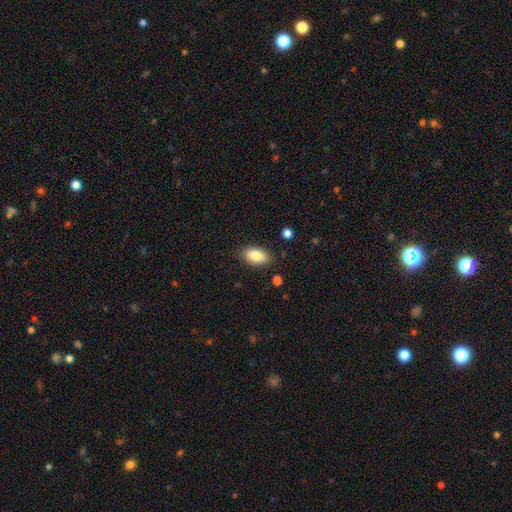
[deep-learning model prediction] This is clearly a smooth galaxy (85%). How rounded: clearly in between (92%). Merging: clearly none (86%).